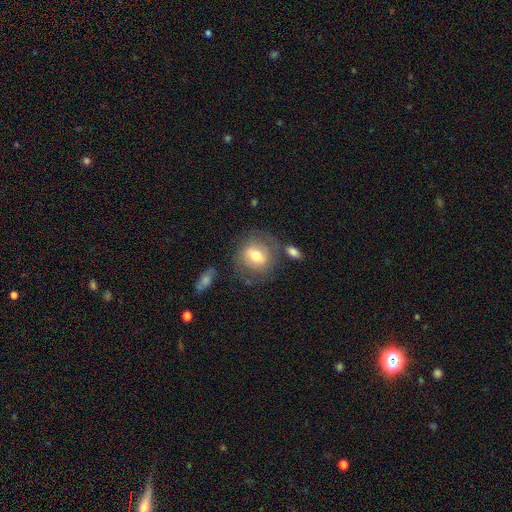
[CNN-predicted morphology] Smooth or featured?
  - smooth: 60% *
  - featured or disk: 32%
  - star or artifact: 8%
How rounded?
  - round: 74% *
  - in between: 25%
  - cigar-shaped: 1%
Merging?
  - none: 68% *
  - minor disturbance: 17%
  - major disturbance: 8%
  - merger: 7%